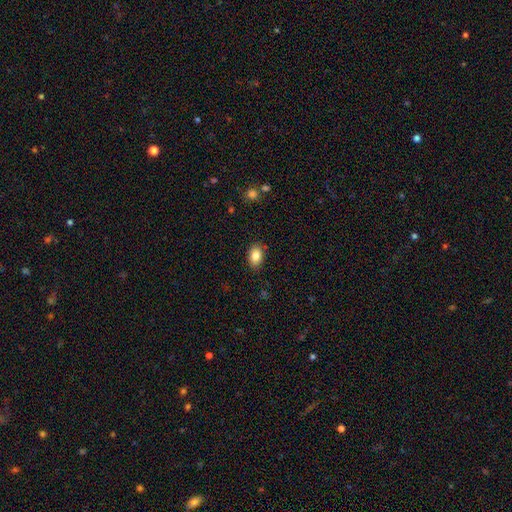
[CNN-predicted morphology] This appears to be a smooth galaxy with no disk features (84%) that is in between round and cigar-shaped (86%). Merging: none (87%).